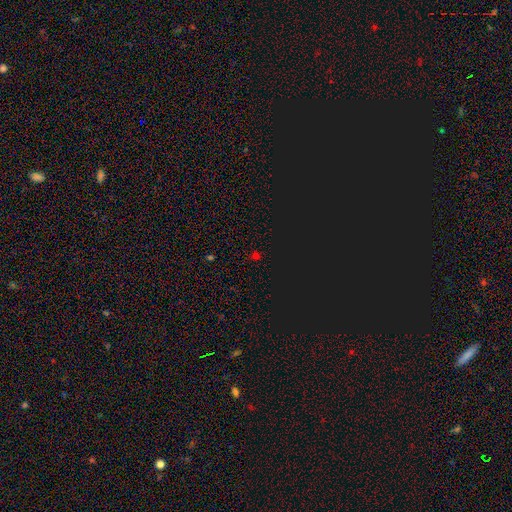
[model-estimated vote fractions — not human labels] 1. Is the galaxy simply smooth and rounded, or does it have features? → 64% star or artifact, 30% smooth, 6% featured or disk.